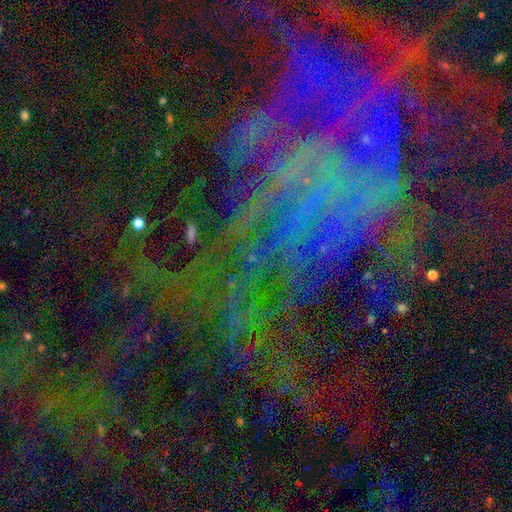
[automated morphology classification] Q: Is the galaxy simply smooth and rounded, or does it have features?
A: star or artifact — 55%.